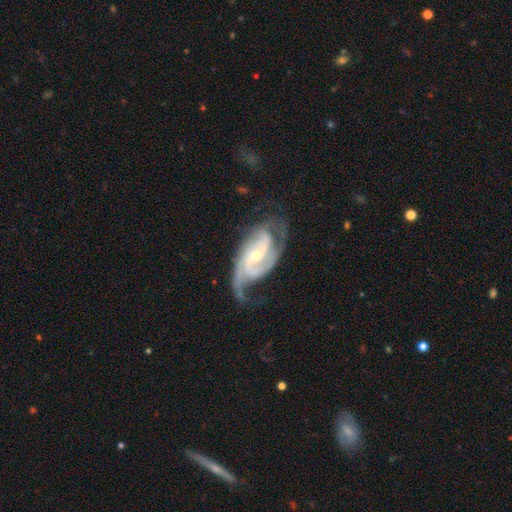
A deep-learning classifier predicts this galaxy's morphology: Smooth or featured?
  - featured or disk: 92% *
  - star or artifact: 4%
  - smooth: 4%
Edge-on disk?
  - no: 97% *
  - yes: 3%
Bar?
  - weak: 43% *
  - no: 33%
  - strong: 25%
Spiral arms?
  - yes: 98% *
  - no: 2%
Spiral winding?
  - medium: 49% *
  - tight: 34%
  - loose: 17%
Spiral arm count?
  - 2: 48% *
  - 3: 29%
  - can't tell: 9%
  - 4: 5%
  - 1: 4%
  - more than 4: 4%
Bulge size?
  - small: 57% *
  - moderate: 40%
  - large: 2%
  - none: 1%
  - dominant: 1%
Merging?
  - none: 57% *
  - minor disturbance: 22%
  - major disturbance: 19%
  - merger: 2%